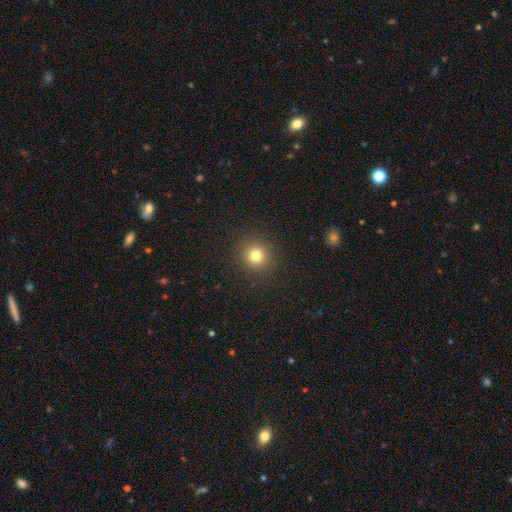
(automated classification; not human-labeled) This is likely a smooth galaxy (79%). How rounded: clearly round (92%). Merging: clearly none (91%).